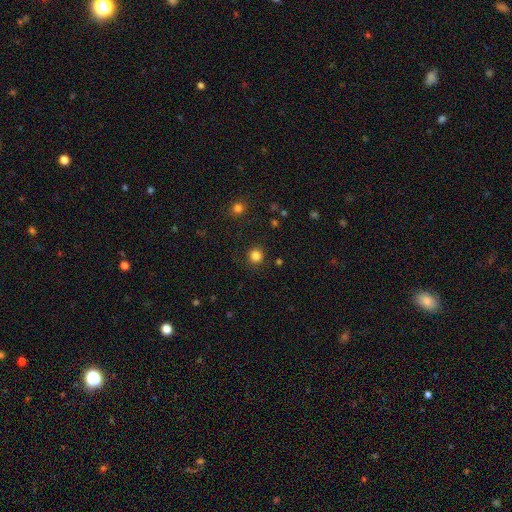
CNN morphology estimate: A smooth galaxy with no disk features (83%) that is round (94%). Merging: none (91%).